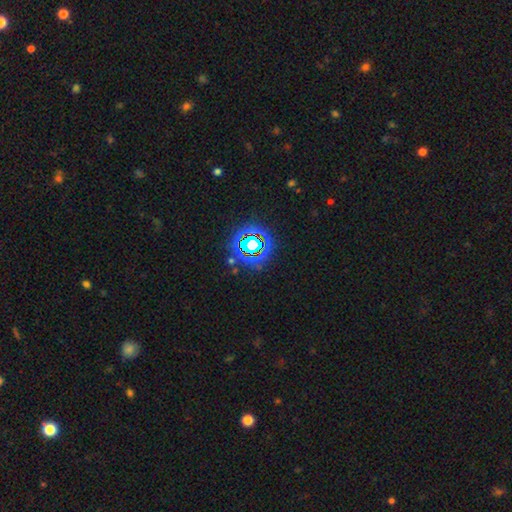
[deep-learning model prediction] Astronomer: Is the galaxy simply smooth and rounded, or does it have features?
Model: star or artifact — 72%.